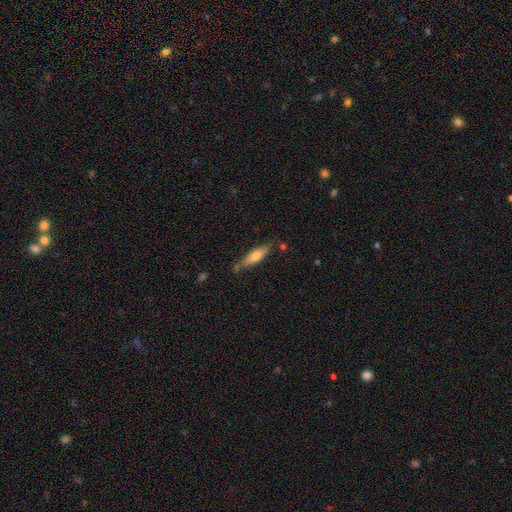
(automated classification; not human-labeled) Smooth or featured?
  - smooth: 68% *
  - featured or disk: 26%
  - star or artifact: 6%
How rounded?
  - cigar-shaped: 62% *
  - in between: 36%
  - round: 2%
Merging?
  - none: 66% *
  - minor disturbance: 21%
  - merger: 8%
  - major disturbance: 5%